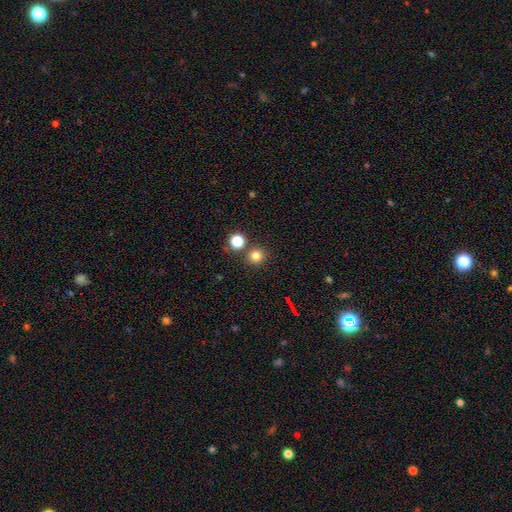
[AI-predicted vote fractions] The model was most divided on "smooth or featured": smooth: 78%, star or artifact: 16%, featured or disk: 6%. More confident: how rounded — round (91%); merging — none (82%).